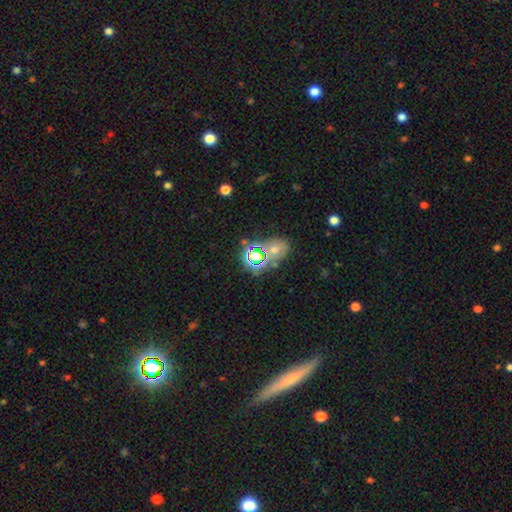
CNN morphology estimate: Smooth or featured? Predicted: star or artifact (p=0.50).